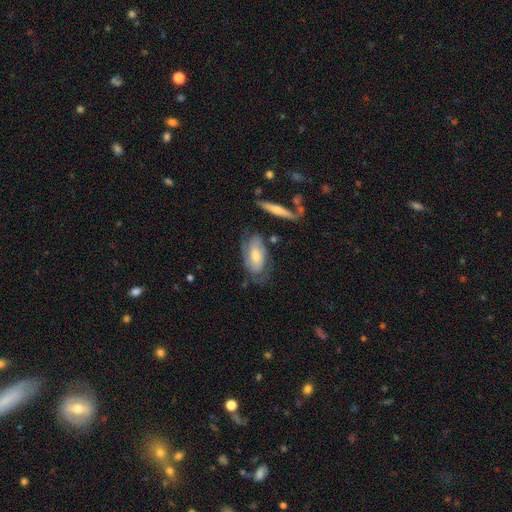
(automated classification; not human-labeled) smooth-or-featured: featured or disk: 67% | smooth: 26% | star or artifact: 7%
  disk-edge-on: no: 89% | yes: 11%
    bar: no: 56% | weak: 32% | strong: 13%
    has-spiral-arms: yes: 86% | no: 14%
      spiral-winding: tight: 52% | medium: 36% | loose: 13%
      spiral-arm-count: 2: 62% | can't tell: 24% | 1: 6% | 3: 5% | 4: 2% | more than 4: 1%
    bulge-size: moderate: 56% | small: 32% | large: 8% | none: 2% | dominant: 1%
  merging: none: 63% | minor disturbance: 21% | major disturbance: 11% | merger: 5%